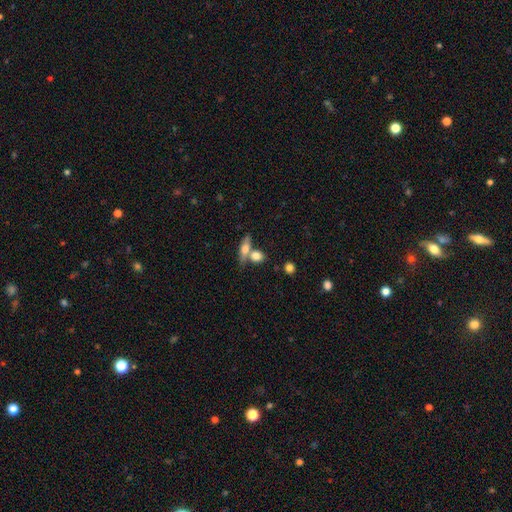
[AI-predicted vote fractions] Smooth or featured? Predicted: smooth (p=0.72). How rounded? Predicted: in between (p=0.48). Merging? Predicted: none (p=0.47).